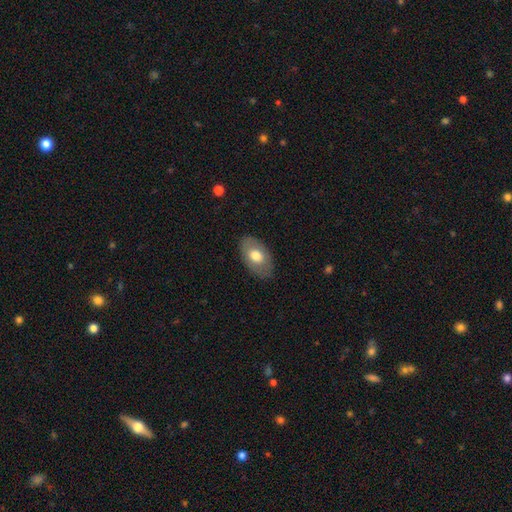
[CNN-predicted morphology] This appears to be a smooth galaxy with no disk features (67%) that is in between round and cigar-shaped (92%). Merging: none (83%).